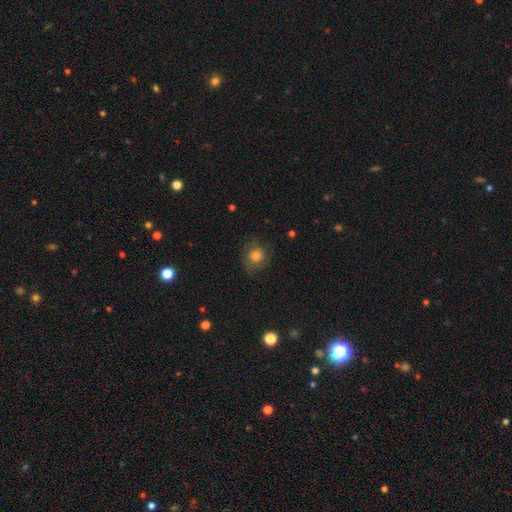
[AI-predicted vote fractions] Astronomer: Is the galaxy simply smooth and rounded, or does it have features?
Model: smooth — 70%.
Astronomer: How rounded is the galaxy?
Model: round — 82%.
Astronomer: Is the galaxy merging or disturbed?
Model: none — 70%.